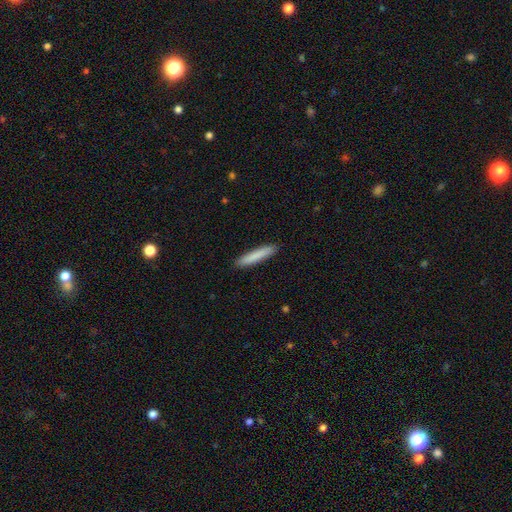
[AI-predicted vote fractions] This appears to be a smooth galaxy with no disk features (83%) that is cigar-shaped (93%). Merging: none (90%).